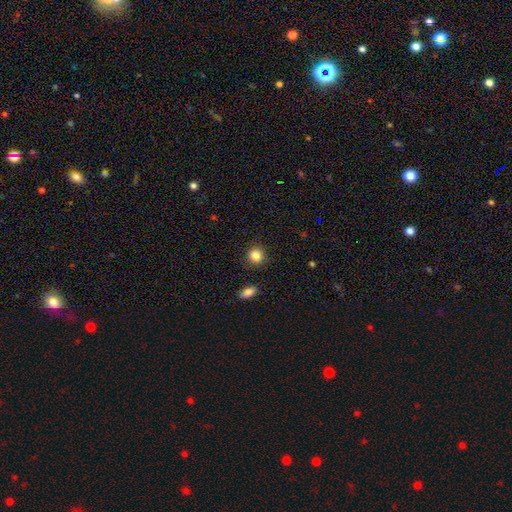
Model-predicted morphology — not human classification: This appears to be a smooth galaxy with no disk features (85%) that is round (87%). Merging: none (90%).